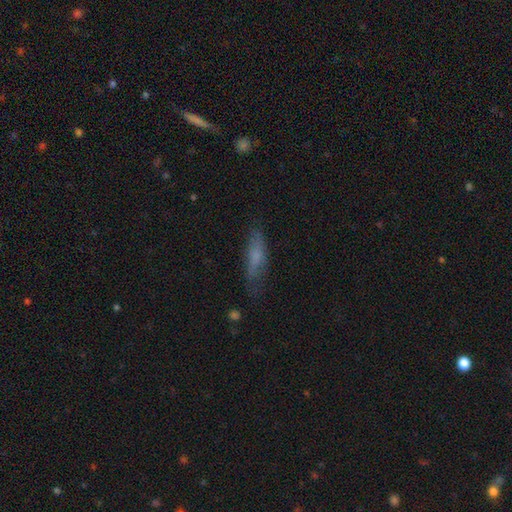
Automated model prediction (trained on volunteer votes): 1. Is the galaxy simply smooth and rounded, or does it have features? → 63% smooth, 28% featured or disk, 9% star or artifact.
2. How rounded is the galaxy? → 66% cigar-shaped, 31% in between, 2% round.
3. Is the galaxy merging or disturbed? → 66% none, 24% minor disturbance, 9% major disturbance, 2% merger.